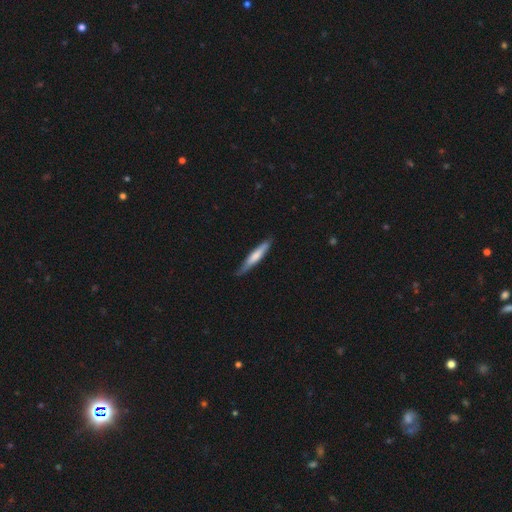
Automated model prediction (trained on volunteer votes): Smooth or featured?
  - smooth: 62% *
  - featured or disk: 33%
  - star or artifact: 5%
How rounded?
  - cigar-shaped: 91% *
  - in between: 7%
  - round: 1%
Merging?
  - none: 79% *
  - minor disturbance: 17%
  - major disturbance: 3%
  - merger: 1%